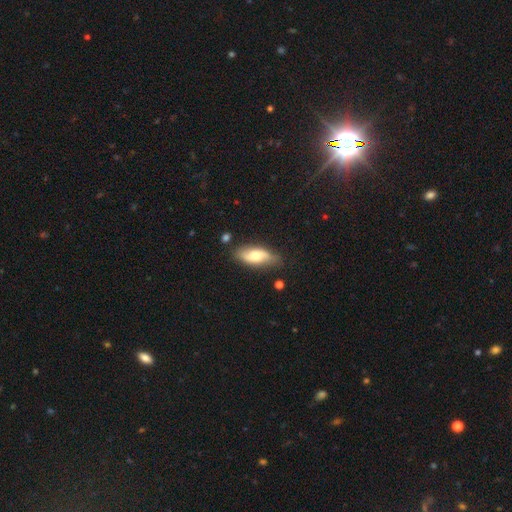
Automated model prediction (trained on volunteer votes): Smooth or featured? smooth (59%)
How rounded? in between (76%)
Merging? none (74%)